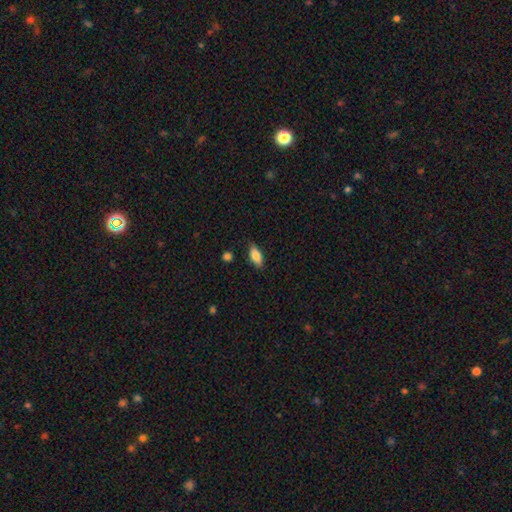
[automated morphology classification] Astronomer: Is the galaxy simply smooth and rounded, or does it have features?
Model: smooth — 81%.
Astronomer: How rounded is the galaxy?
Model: in between — 81%.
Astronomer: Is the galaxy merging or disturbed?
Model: none — 81%.